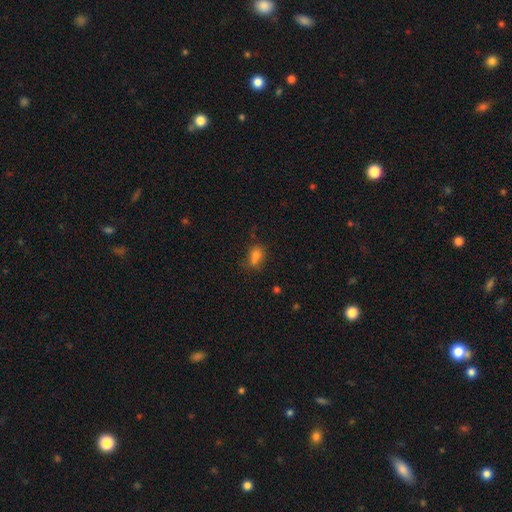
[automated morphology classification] smooth-or-featured: smooth: 73% | star or artifact: 15% | featured or disk: 11%
  how-rounded: in between: 59% | round: 39% | cigar-shaped: 2%
  merging: none: 50% | minor disturbance: 22% | merger: 19% | major disturbance: 9%